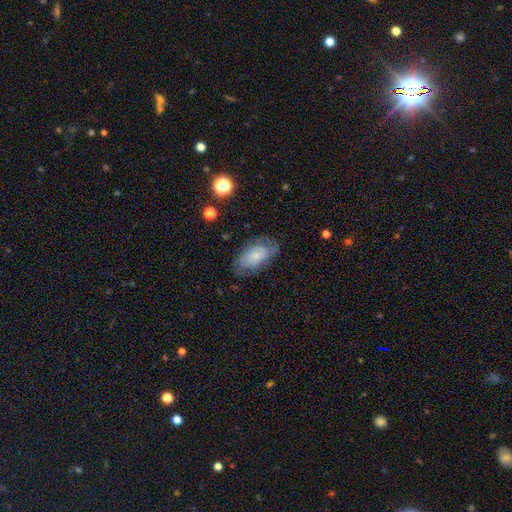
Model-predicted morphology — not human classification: This is possibly a smooth galaxy (57%). How rounded: clearly in between (92%). Merging: likely none (71%).